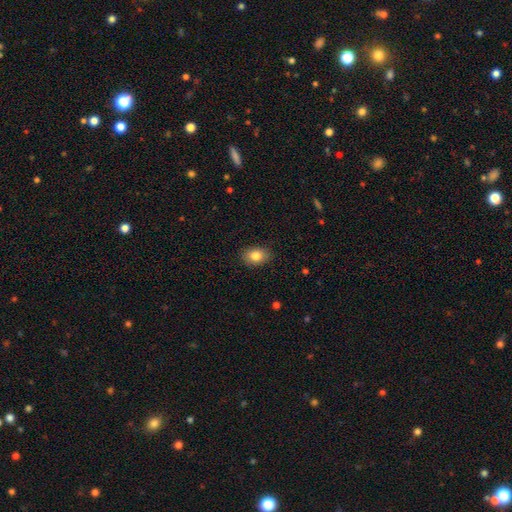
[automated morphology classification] smooth-or-featured: smooth: 83% | star or artifact: 9% | featured or disk: 8%
  how-rounded: in between: 71% | round: 28% | cigar-shaped: 1%
  merging: none: 87% | minor disturbance: 9% | major disturbance: 2% | merger: 1%